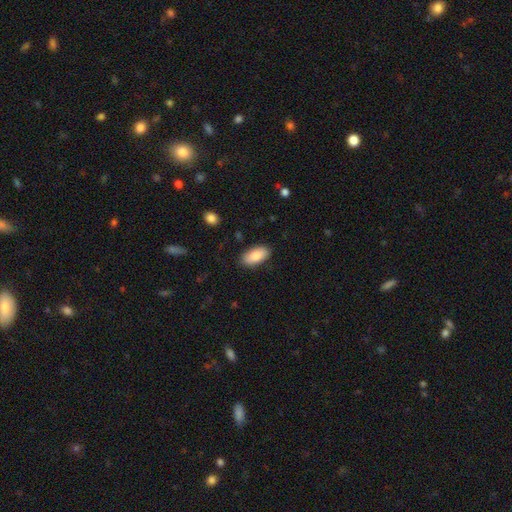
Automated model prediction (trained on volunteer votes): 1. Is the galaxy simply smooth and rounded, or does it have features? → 84% smooth, 10% featured or disk, 6% star or artifact.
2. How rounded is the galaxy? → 92% in between, 5% cigar-shaped, 3% round.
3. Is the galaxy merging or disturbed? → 87% none, 10% minor disturbance, 2% major disturbance, 1% merger.